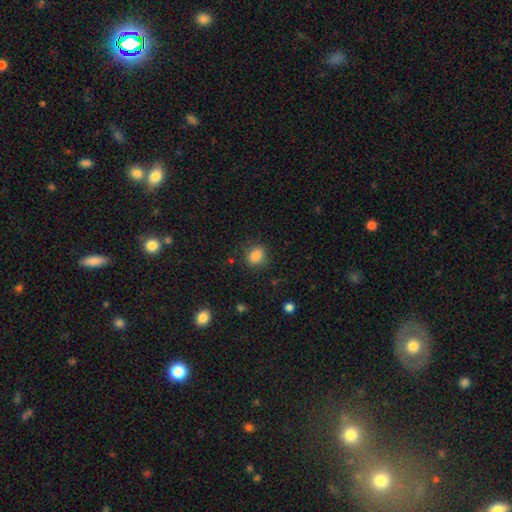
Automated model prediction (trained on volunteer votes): The model was most divided on "how rounded": round: 55%, in between: 44%, cigar-shaped: 1%. More confident: smooth or featured — smooth (85%); merging — none (82%).